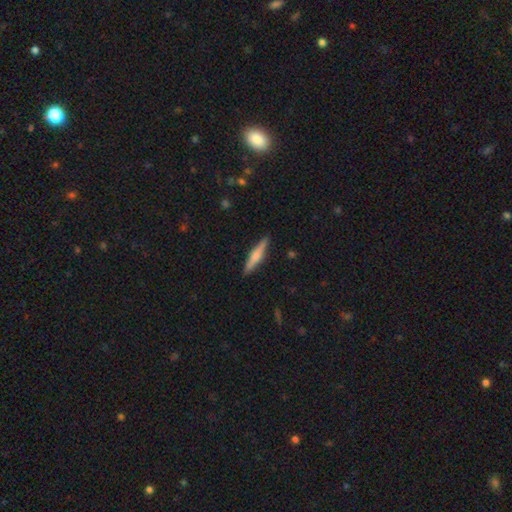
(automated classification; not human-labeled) Q: Smooth or featured?
A: featured or disk (47%); runner-up: smooth (46%)
Q: Merging?
A: none (90%); runner-up: minor disturbance (7%)